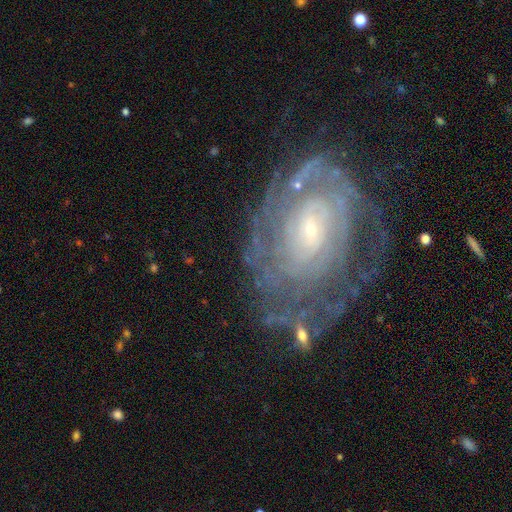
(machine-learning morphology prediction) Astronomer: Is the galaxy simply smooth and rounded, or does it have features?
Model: featured or disk — 85%.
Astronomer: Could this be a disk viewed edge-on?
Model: no — 96%.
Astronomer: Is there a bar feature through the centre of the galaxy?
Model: no — 59%.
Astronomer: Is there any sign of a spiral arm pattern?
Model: yes — 93%.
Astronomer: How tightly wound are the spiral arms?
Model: tight — 74%.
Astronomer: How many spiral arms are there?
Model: can't tell — 45%.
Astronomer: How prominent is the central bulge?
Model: small — 78%.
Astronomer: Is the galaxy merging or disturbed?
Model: none — 63%.